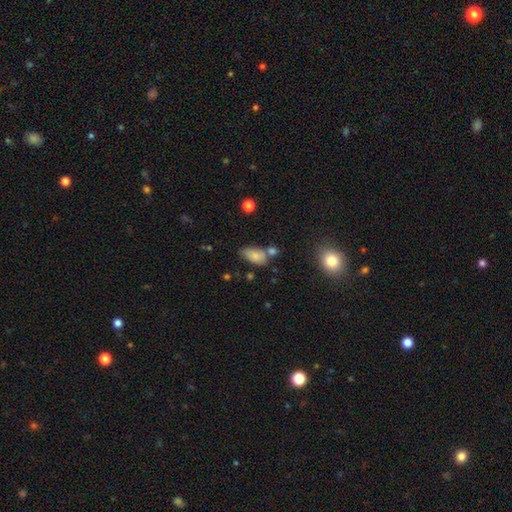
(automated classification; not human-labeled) smooth_or_featured: smooth (p=0.77) [alt: featured or disk p=0.13]
how_rounded: in between (p=0.91) [alt: round p=0.05]
merging: none (p=0.50) [alt: minor disturbance p=0.22]